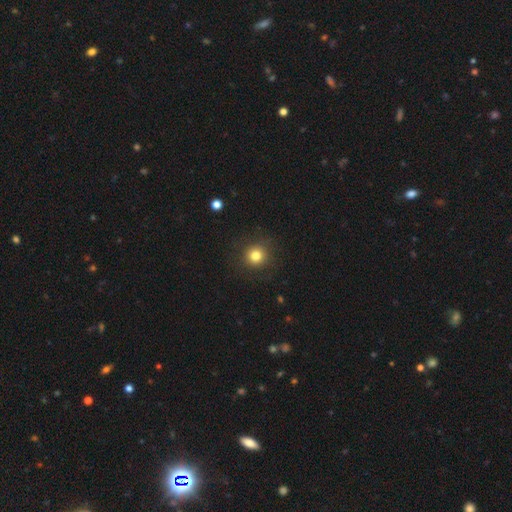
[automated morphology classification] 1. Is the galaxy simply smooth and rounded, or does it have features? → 81% smooth, 13% star or artifact, 7% featured or disk.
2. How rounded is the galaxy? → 93% round, 6% in between, 1% cigar-shaped.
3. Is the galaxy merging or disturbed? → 89% none, 7% minor disturbance, 3% major disturbance, 1% merger.